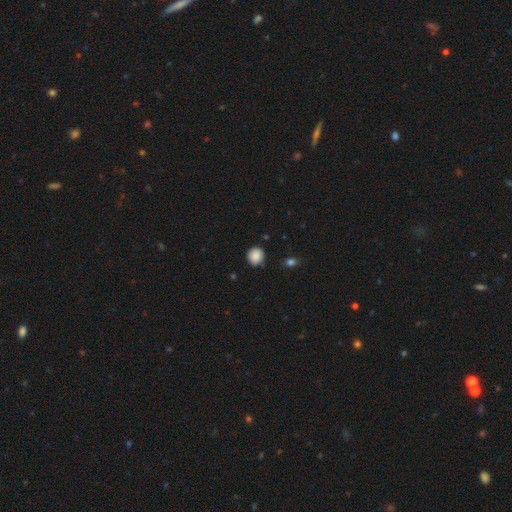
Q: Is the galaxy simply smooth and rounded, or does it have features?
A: smooth — 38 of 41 (93%).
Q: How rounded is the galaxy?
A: round — 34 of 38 (89%).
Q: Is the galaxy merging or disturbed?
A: none — 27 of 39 (69%).